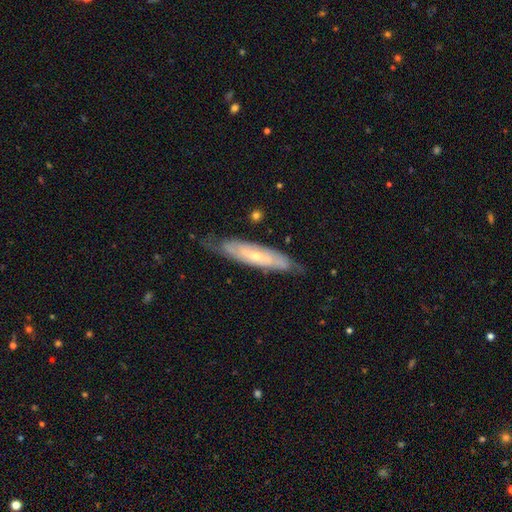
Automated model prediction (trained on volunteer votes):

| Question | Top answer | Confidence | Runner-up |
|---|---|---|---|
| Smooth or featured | featured or disk | 69% | smooth (25%) |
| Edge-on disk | no | 62% | yes (38%) |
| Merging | none | 72% | minor disturbance (21%) |